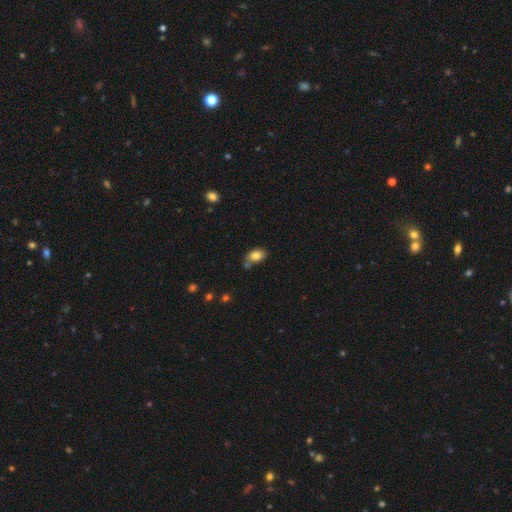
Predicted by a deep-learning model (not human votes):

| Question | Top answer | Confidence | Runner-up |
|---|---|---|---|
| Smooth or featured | smooth | 83% | star or artifact (9%) |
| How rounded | in between | 84% | round (14%) |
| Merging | none | 54% | minor disturbance (21%) |